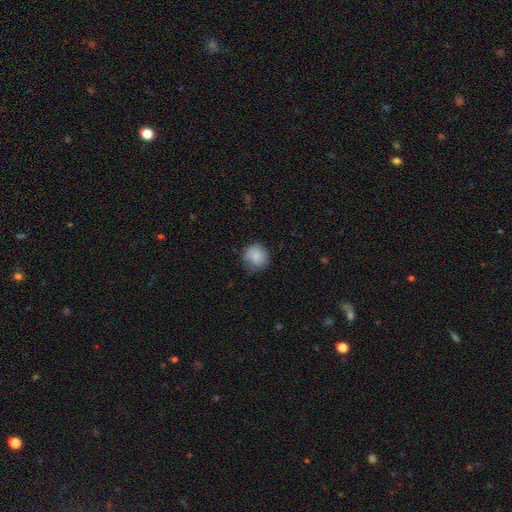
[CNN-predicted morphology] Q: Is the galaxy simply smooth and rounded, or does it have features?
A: smooth — 85%.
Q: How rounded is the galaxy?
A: round — 88%.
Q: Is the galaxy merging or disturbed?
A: none — 72%.